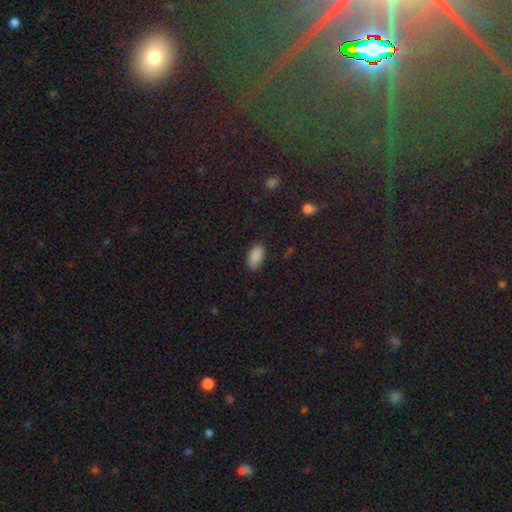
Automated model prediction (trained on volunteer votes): A smooth galaxy with no disk features (88%) that is in between round and cigar-shaped (94%).

Vote fractions:
- Smooth or featured? smooth: 88% / star or artifact: 8% / featured or disk: 4%
- How rounded? in between: 94% / round: 3% / cigar-shaped: 2%
- Merging? none: 85% / minor disturbance: 12% / major disturbance: 3% / merger: 1%